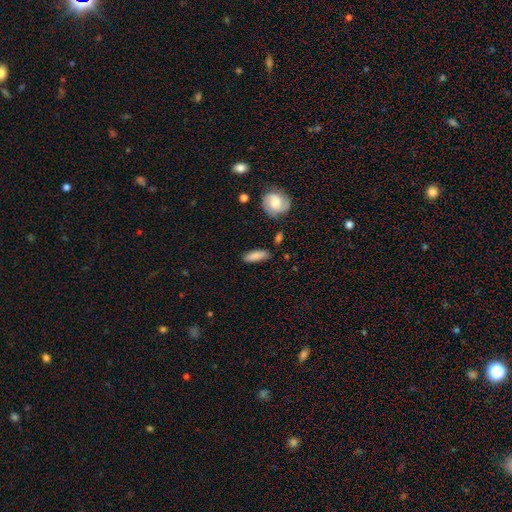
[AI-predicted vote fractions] Smooth or featured? Predicted: smooth (p=0.85). How rounded? Predicted: in between (p=0.58). Merging? Predicted: none (p=0.83).